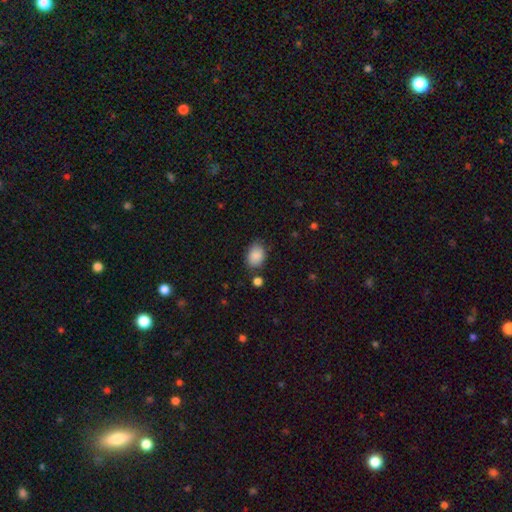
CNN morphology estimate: This appears to be a smooth galaxy with no disk features (89%) that is in between round and cigar-shaped (69%). Merging: none (74%).